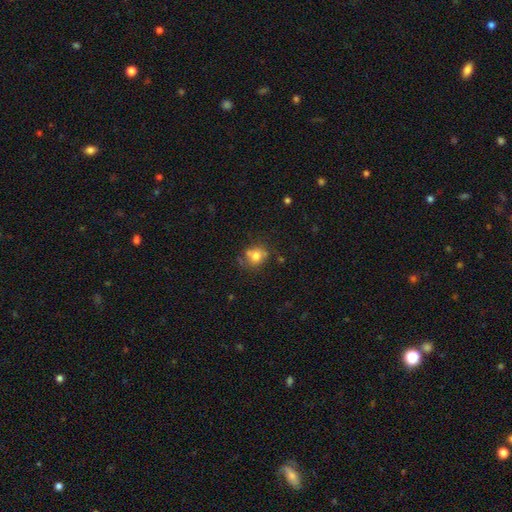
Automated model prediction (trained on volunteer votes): This is likely a smooth galaxy (72%). How rounded: likely round (69%). Merging: possibly none (58%).